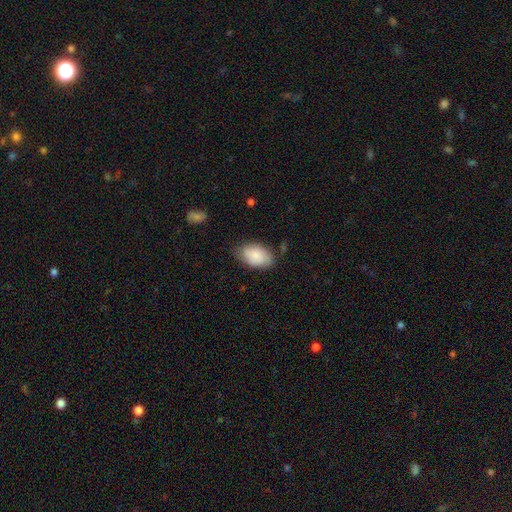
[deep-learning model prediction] A smooth galaxy with no disk features (82%) that is in between round and cigar-shaped (91%). Merging: none (70%).